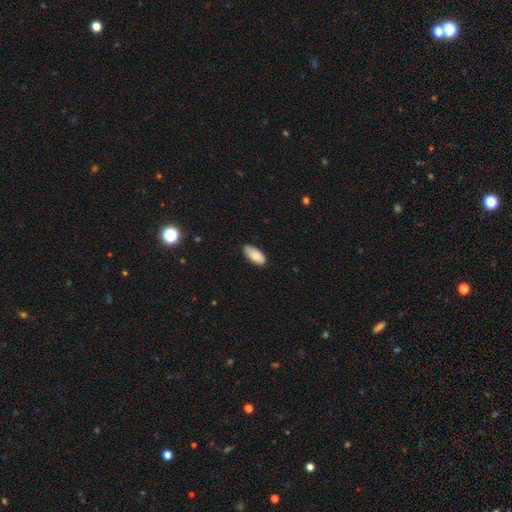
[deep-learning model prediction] This is clearly a smooth galaxy (84%). How rounded: clearly in between (90%). Merging: clearly none (81%).